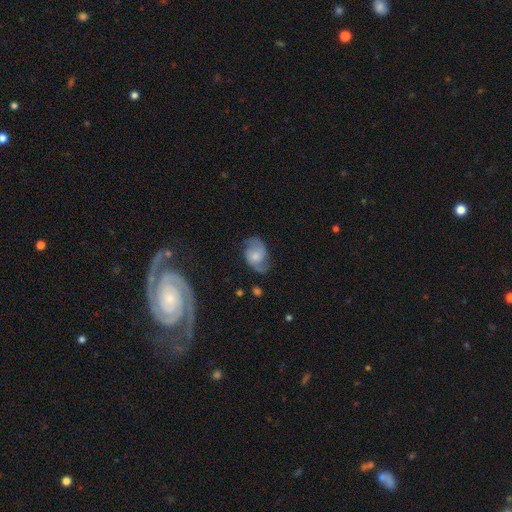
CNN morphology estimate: Smooth or featured? featured or disk (68%)
Edge-on disk? no (97%)
Bar? no (64%)
Spiral arms? yes (91%)
Spiral winding? medium (48%)
Spiral arm count? 2 (86%)
Bulge size? small (45%)
Merging? none (64%)